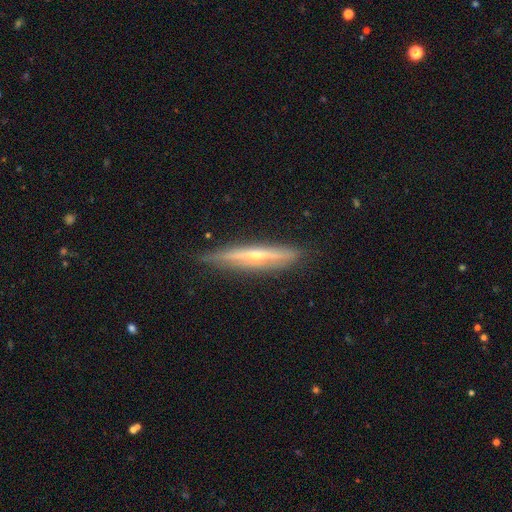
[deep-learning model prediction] Smooth or featured: featured or disk — 73% (smooth — 21%)
Edge-on disk: yes — 95% (no — 5%)
Edge-on bulge: rounded — 73% (none — 23%)
Merging: none — 85% (minor disturbance — 12%)